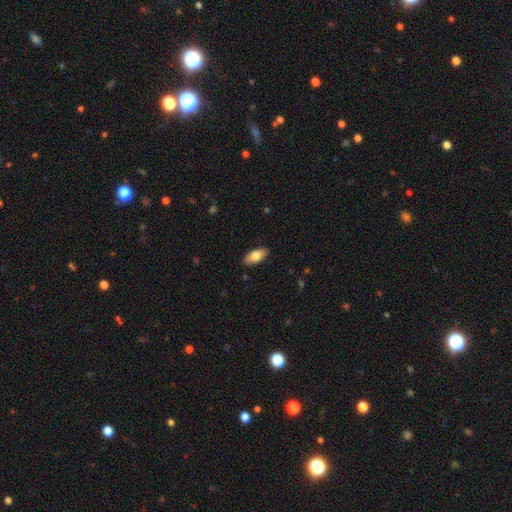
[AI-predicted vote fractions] Smooth or featured: smooth — 79% (featured or disk — 15%)
How rounded: in between — 88% (cigar-shaped — 10%)
Merging: none — 87% (minor disturbance — 10%)